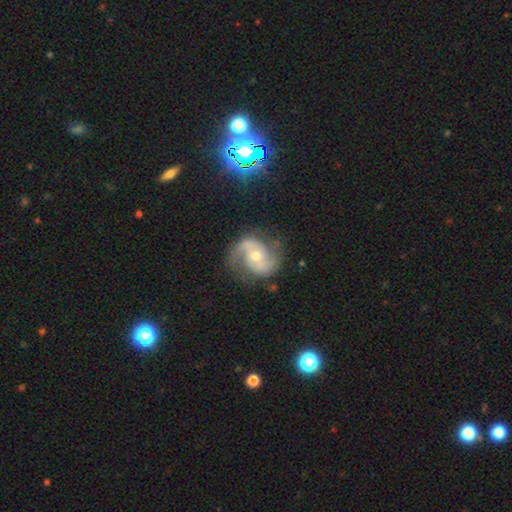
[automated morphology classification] Smooth or featured? Predicted: featured or disk (p=0.85). Edge-on disk? Predicted: no (p=0.98). Bar? Predicted: no (p=0.53). Spiral arms? Predicted: yes (p=0.96). Spiral winding? Predicted: medium (p=0.52). Spiral arm count? Predicted: 2 (p=0.87). Bulge size? Predicted: moderate (p=0.62). Merging? Predicted: none (p=0.71).